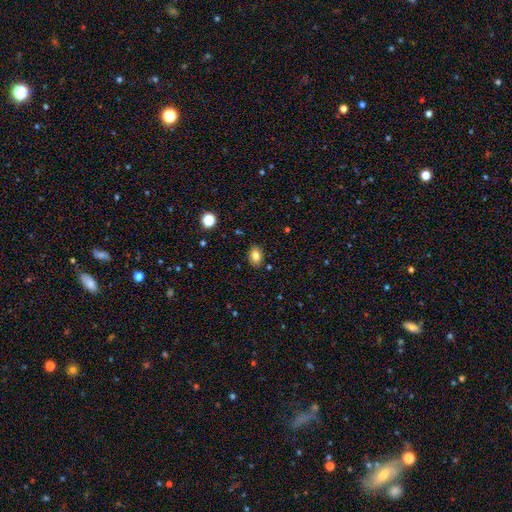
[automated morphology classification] A smooth galaxy with no disk features (82%) that is in between round and cigar-shaped (78%).

Vote fractions:
- Smooth or featured? smooth: 82% / star or artifact: 10% / featured or disk: 8%
- How rounded? in between: 78% / round: 21% / cigar-shaped: 1%
- Merging? none: 86% / minor disturbance: 10% / major disturbance: 2% / merger: 2%